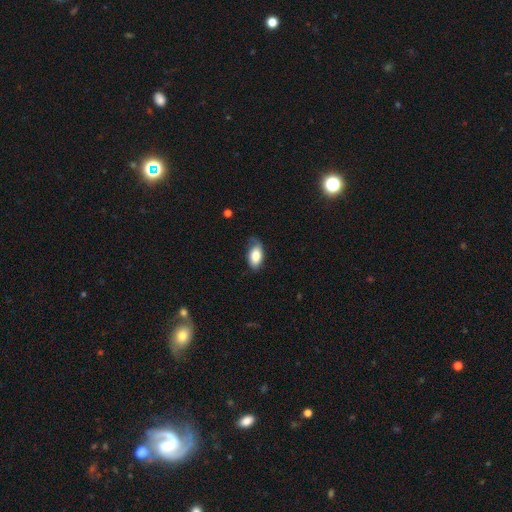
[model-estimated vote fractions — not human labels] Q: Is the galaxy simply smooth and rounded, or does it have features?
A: smooth — 81%.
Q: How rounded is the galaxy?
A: in between — 93%.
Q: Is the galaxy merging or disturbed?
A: none — 62%.